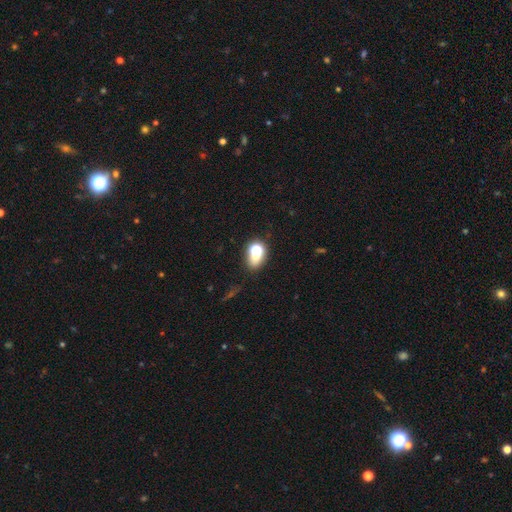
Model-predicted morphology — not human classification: Smooth or featured?
  - smooth: 65% *
  - featured or disk: 18%
  - star or artifact: 17%
How rounded?
  - in between: 65% *
  - round: 33%
  - cigar-shaped: 2%
Merging?
  - none: 45% *
  - merger: 31%
  - minor disturbance: 15%
  - major disturbance: 9%